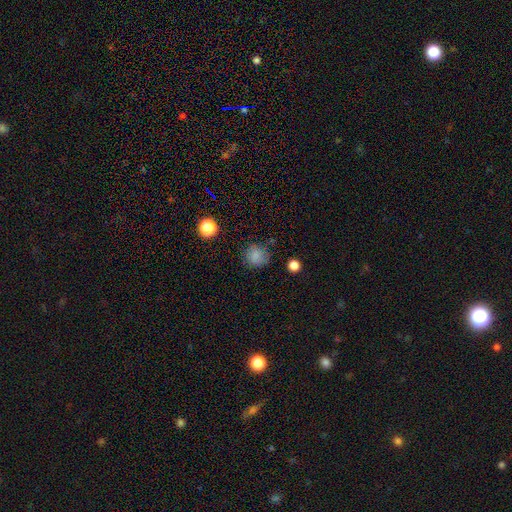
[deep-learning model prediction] Smooth or featured?
  - smooth: 82% *
  - star or artifact: 13%
  - featured or disk: 5%
How rounded?
  - round: 87% *
  - in between: 12%
  - cigar-shaped: 1%
Merging?
  - none: 77% *
  - minor disturbance: 16%
  - major disturbance: 5%
  - merger: 2%